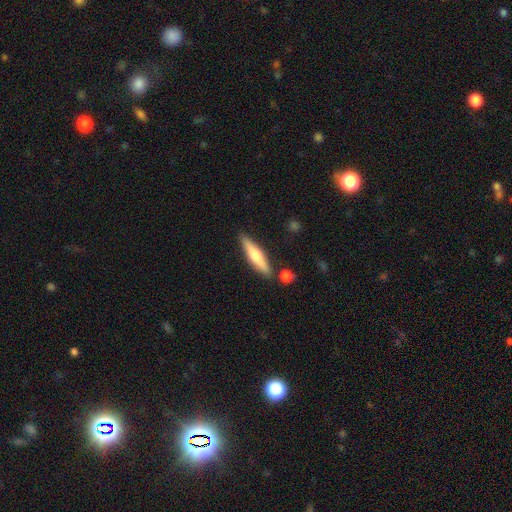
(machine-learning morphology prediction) A smooth galaxy with no disk features (58%) that is cigar-shaped (83%). Merging: none (84%).